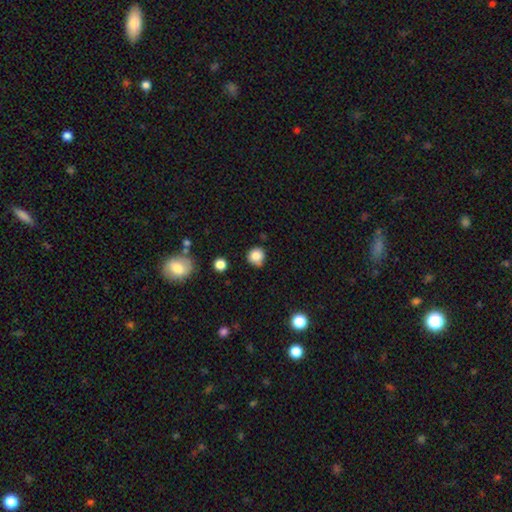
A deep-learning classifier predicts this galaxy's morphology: A smooth galaxy with no disk features (84%) that is round (91%).

Vote fractions:
- Smooth or featured? smooth: 84% / star or artifact: 11% / featured or disk: 5%
- How rounded? round: 91% / in between: 8% / cigar-shaped: 1%
- Merging? none: 78% / minor disturbance: 16% / merger: 3% / major disturbance: 3%